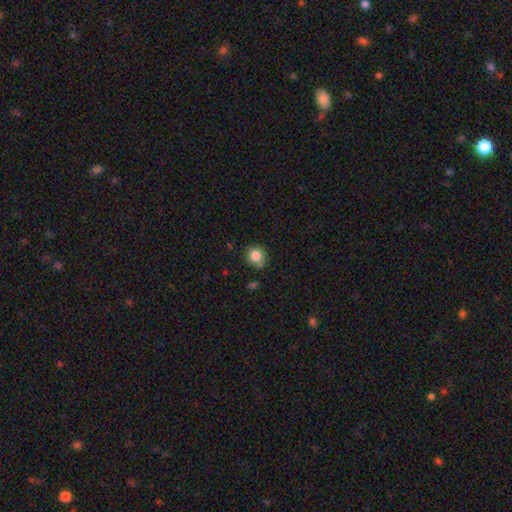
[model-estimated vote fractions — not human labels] The model was most divided on "merging": none: 72%, minor disturbance: 20%, major disturbance: 4%, merger: 4%. More confident: smooth or featured — smooth (83%); how rounded — round (80%).